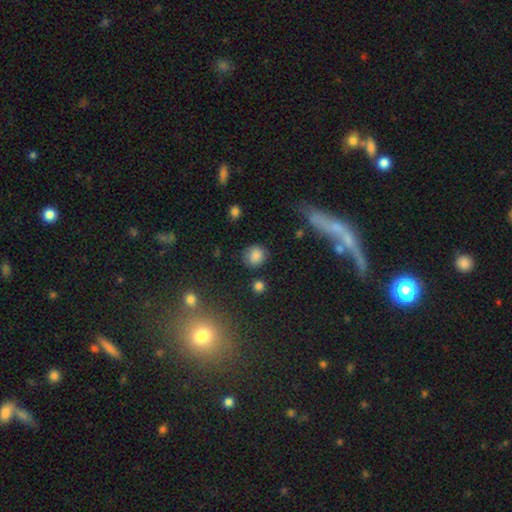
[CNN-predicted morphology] Smooth or featured? smooth (82%)
How rounded? round (84%)
Merging? none (81%)